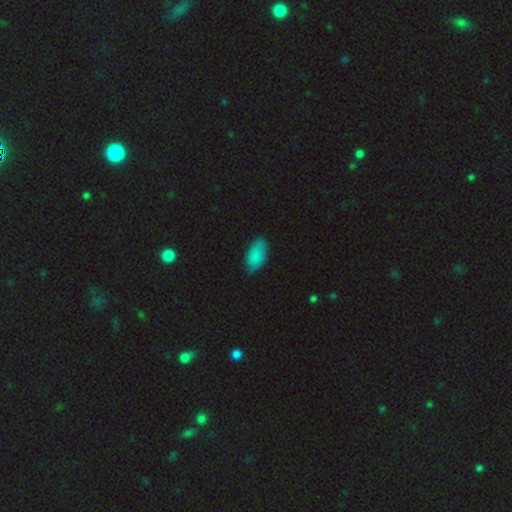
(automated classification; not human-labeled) Q: Smooth or featured?
A: smooth (84%); runner-up: featured or disk (8%)
Q: How rounded?
A: in between (94%); runner-up: cigar-shaped (3%)
Q: Merging?
A: none (69%); runner-up: minor disturbance (26%)